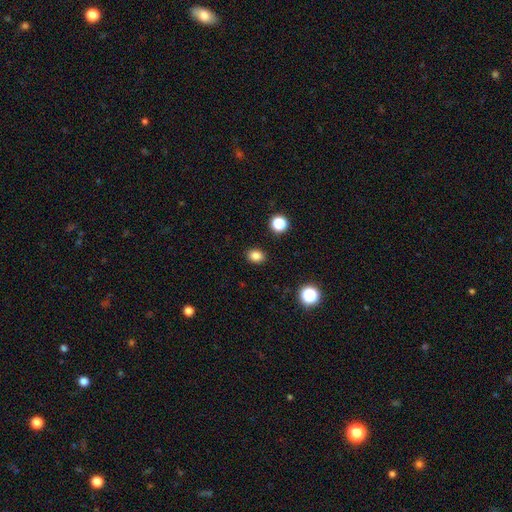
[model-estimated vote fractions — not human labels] Smooth or featured: smooth — 83% (star or artifact — 12%)
How rounded: in between — 54% (round — 45%)
Merging: none — 90% (minor disturbance — 7%)